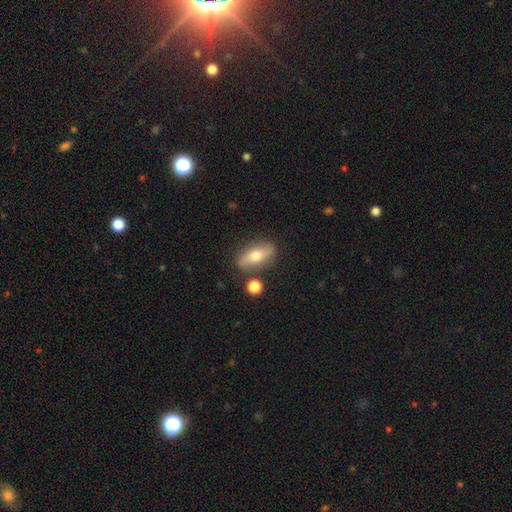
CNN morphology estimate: type=smooth (52%); roundness=in between (71%); merging=none (83%).